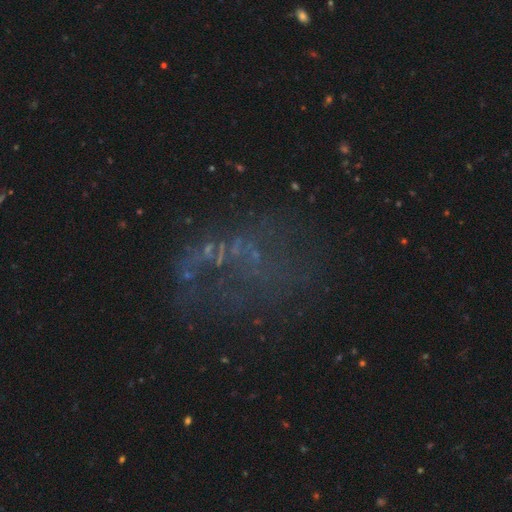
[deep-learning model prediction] This is possibly a featured or disk galaxy (46%). Merging: marginally none (45%).